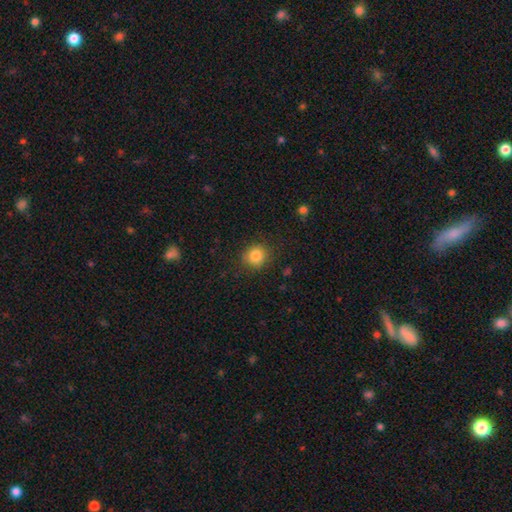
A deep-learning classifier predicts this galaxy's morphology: Smooth or featured? Predicted: smooth (p=0.84). How rounded? Predicted: round (p=0.87). Merging? Predicted: none (p=0.86).